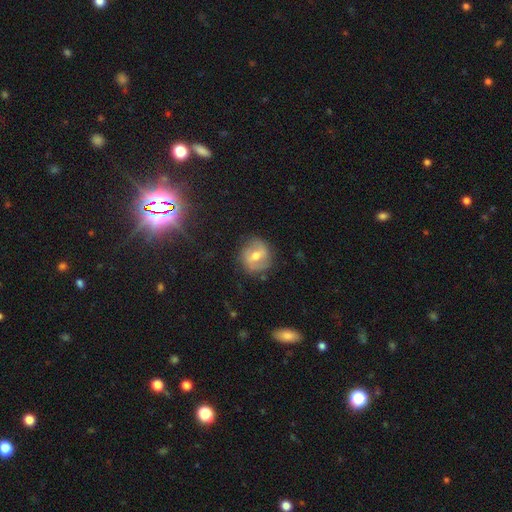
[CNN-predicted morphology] smooth-or-featured: featured or disk: 53% | smooth: 39% | star or artifact: 8%
  disk-edge-on: no: 94% | yes: 6%
  merging: none: 79% | minor disturbance: 15% | major disturbance: 5% | merger: 2%